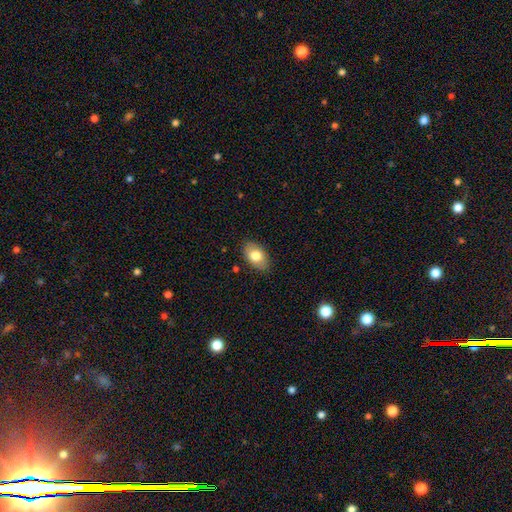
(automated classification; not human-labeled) Morphology: type=smooth (78%); roundness=in between (90%); merging=none (86%).